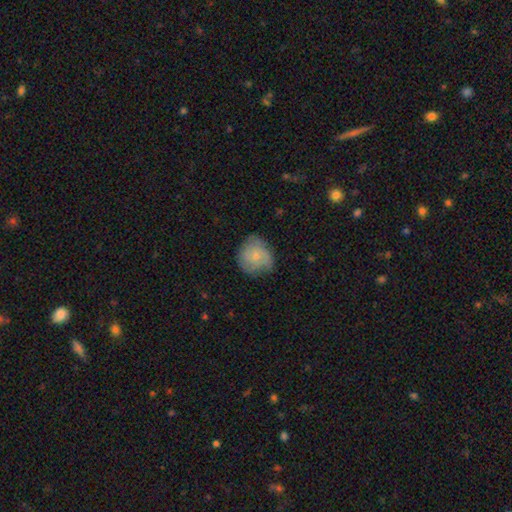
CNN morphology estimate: Q: Smooth or featured?
A: smooth (49%); runner-up: featured or disk (44%)
Q: Merging?
A: none (68%); runner-up: minor disturbance (24%)